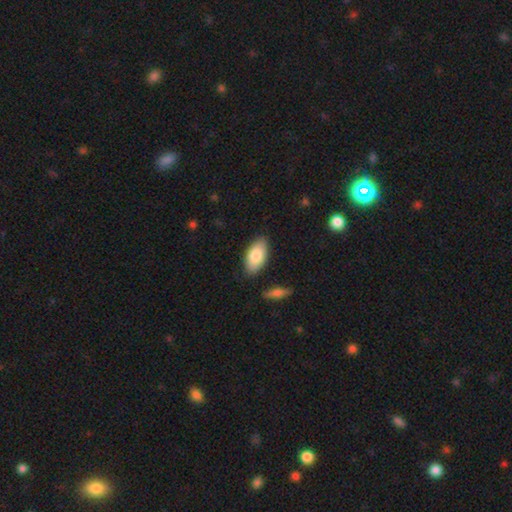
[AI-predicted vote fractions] Smooth or featured? Predicted: smooth (p=0.81). How rounded? Predicted: in between (p=0.93). Merging? Predicted: none (p=0.84).